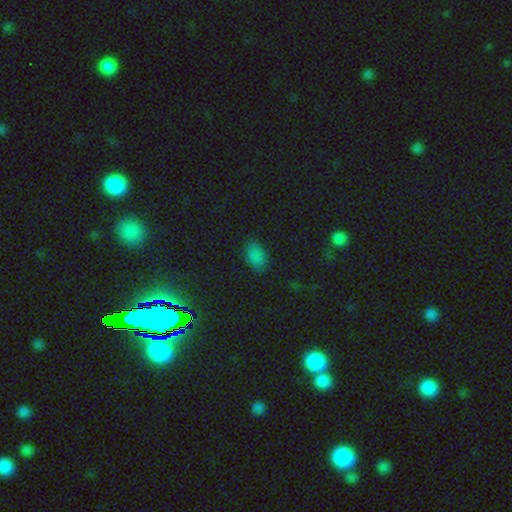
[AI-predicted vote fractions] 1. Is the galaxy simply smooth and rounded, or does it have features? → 77% smooth, 19% star or artifact, 4% featured or disk.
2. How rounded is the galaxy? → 89% in between, 10% round, 2% cigar-shaped.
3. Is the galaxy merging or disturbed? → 81% none, 14% minor disturbance, 3% major disturbance, 1% merger.